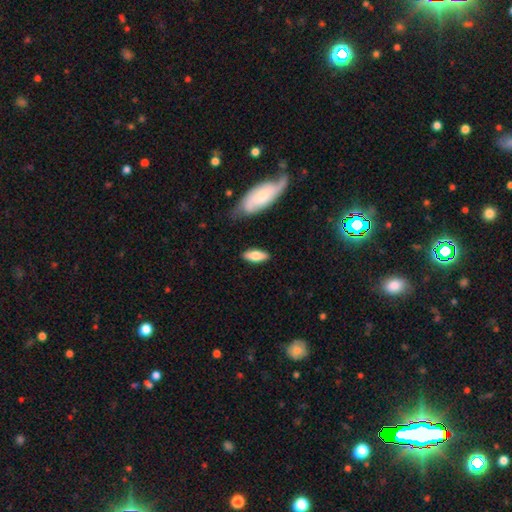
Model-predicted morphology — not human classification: Smooth or featured: smooth — 68% (featured or disk — 27%)
How rounded: in between — 74% (cigar-shaped — 23%)
Merging: none — 81% (minor disturbance — 13%)